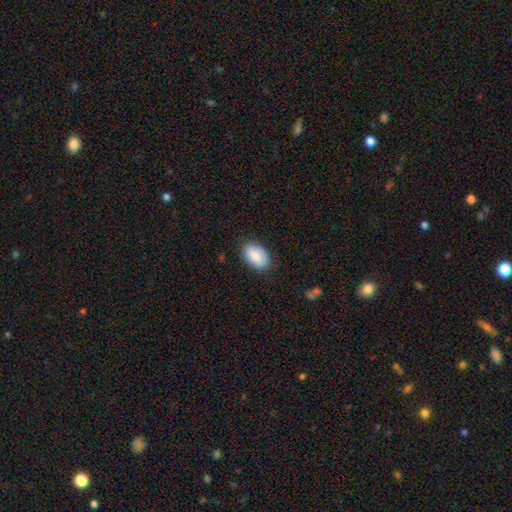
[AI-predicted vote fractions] A smooth galaxy with no disk features (84%) that is in between round and cigar-shaped (91%).

Vote fractions:
- Smooth or featured? smooth: 84% / featured or disk: 10% / star or artifact: 6%
- How rounded? in between: 91% / round: 8% / cigar-shaped: 1%
- Merging? none: 83% / minor disturbance: 14% / major disturbance: 3% / merger: 1%